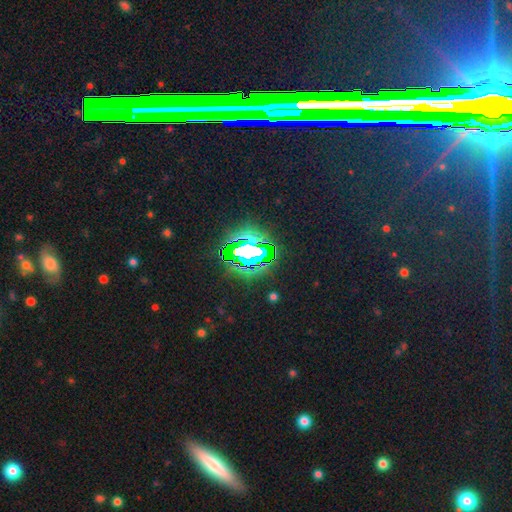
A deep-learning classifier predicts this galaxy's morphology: Smooth or featured: star or artifact — 75% (smooth — 14%)